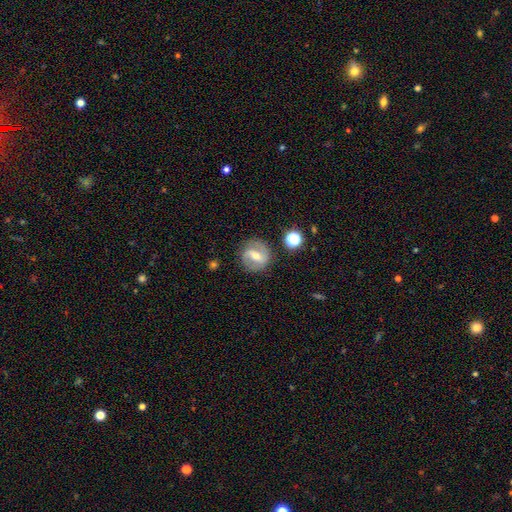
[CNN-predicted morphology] Q: Smooth or featured?
A: featured or disk (68%); runner-up: smooth (24%)
Q: Edge-on disk?
A: no (96%); runner-up: yes (4%)
Q: Bar?
A: strong (48%); runner-up: weak (37%)
Q: Spiral arms?
A: yes (77%); runner-up: no (23%)
Q: Spiral winding?
A: medium (44%); runner-up: tight (30%)
Q: Spiral arm count?
A: 2 (84%); runner-up: can't tell (9%)
Q: Bulge size?
A: moderate (58%); runner-up: small (37%)
Q: Merging?
A: none (83%); runner-up: minor disturbance (11%)